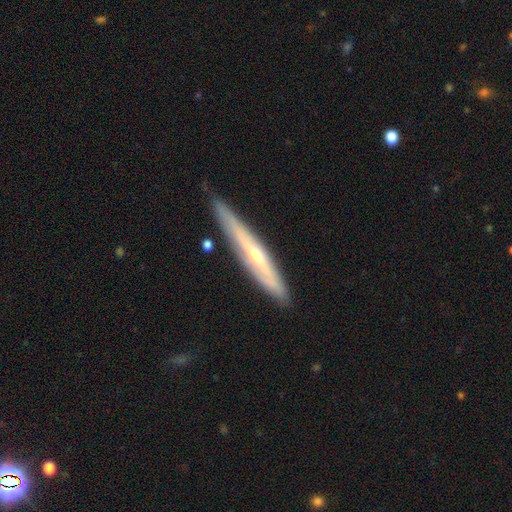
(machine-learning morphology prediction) smooth-or-featured: featured or disk: 63% | smooth: 31% | star or artifact: 6%
  disk-edge-on: yes: 88% | no: 12%
    edge-on-bulge: rounded: 67% | none: 29% | boxy: 4%
  merging: none: 82% | minor disturbance: 14% | major disturbance: 2% | merger: 2%